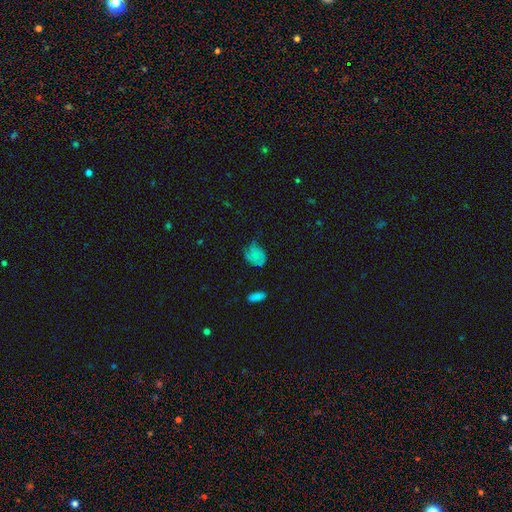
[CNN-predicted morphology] Smooth or featured: smooth — 51% (featured or disk — 39%)
How rounded: in between — 54% (round — 44%)
Merging: none — 45% (minor disturbance — 35%)